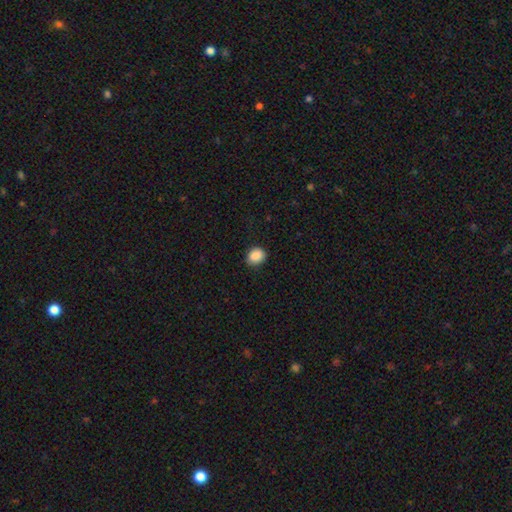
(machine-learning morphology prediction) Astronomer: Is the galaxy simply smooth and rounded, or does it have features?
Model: smooth — 88%.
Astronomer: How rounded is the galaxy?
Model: round — 57% (runner-up: in between, 42%).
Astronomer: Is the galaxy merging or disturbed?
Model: none — 85%.